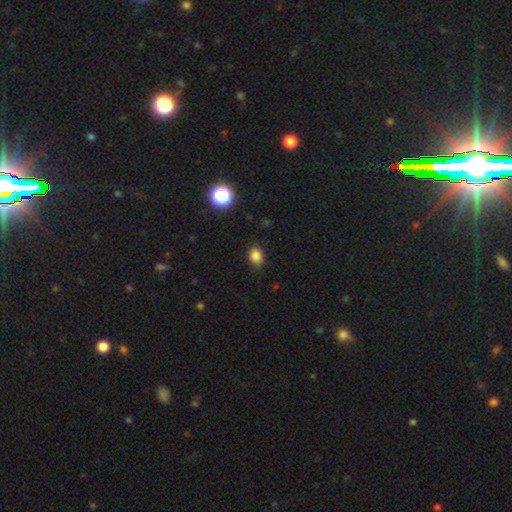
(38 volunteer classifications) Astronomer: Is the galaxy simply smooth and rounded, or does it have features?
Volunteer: smooth — 89%.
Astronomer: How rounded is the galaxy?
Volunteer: round — 56% (runner-up: in between, 44%).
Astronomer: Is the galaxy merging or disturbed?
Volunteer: none — 72%.